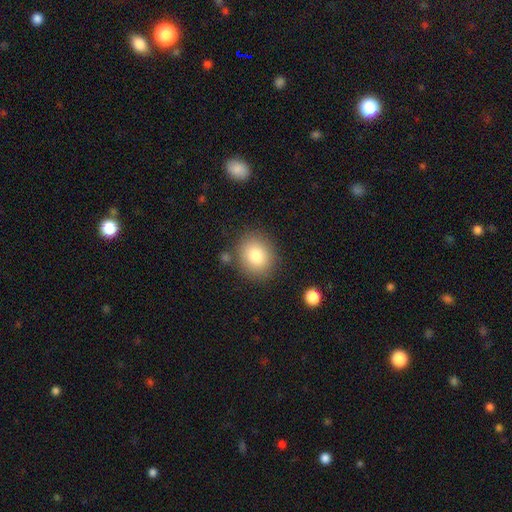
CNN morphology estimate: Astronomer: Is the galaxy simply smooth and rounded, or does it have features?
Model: smooth — 82%.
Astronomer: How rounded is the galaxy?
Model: round — 67%.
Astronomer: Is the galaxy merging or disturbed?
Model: none — 81%.